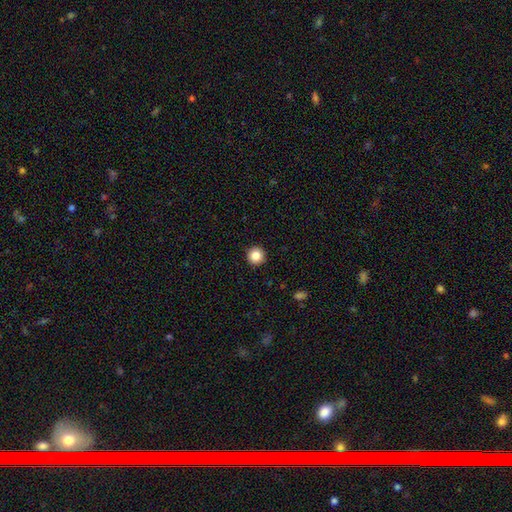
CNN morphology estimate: smooth_or_featured: smooth (p=0.85) [alt: star or artifact p=0.10]
how_rounded: round (p=0.96) [alt: in between p=0.03]
merging: none (p=0.93) [alt: minor disturbance p=0.04]